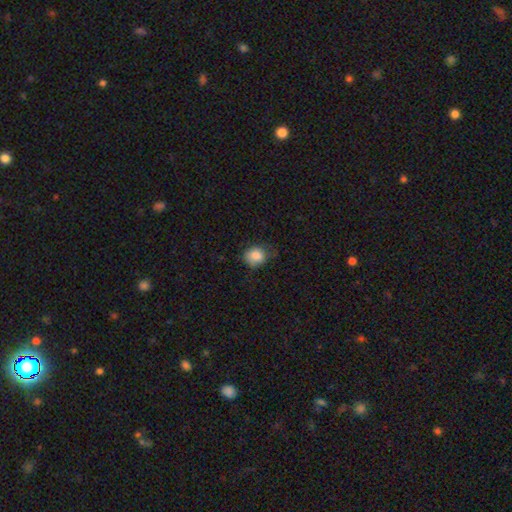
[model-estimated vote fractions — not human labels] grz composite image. It shows a smooth galaxy with no disk features (85%) that is round (64%). Merging: none (60%).